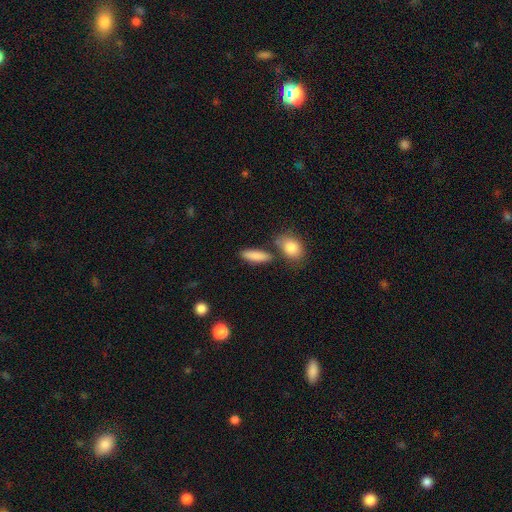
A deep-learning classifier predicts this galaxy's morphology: A smooth galaxy with no disk features (85%) that is in between round and cigar-shaped (57%). Merging: none (74%).